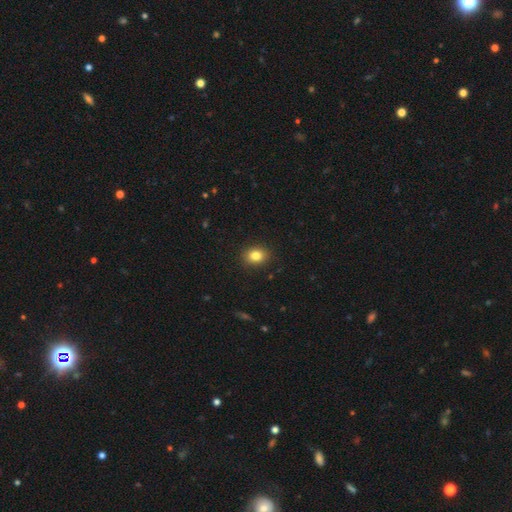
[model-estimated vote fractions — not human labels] This appears to be a smooth galaxy with no disk features (83%) that is in between round and cigar-shaped (51%). Merging: none (89%).